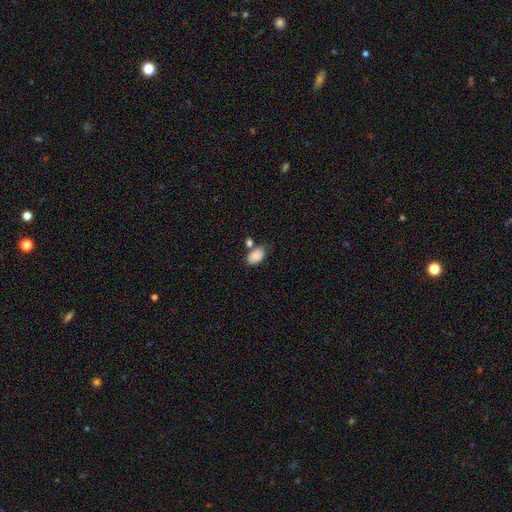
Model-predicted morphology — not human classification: smooth-or-featured: smooth: 82% | featured or disk: 10% | star or artifact: 8%
  how-rounded: in between: 90% | round: 9% | cigar-shaped: 1%
  merging: none: 55% | merger: 20% | minor disturbance: 20% | major disturbance: 6%